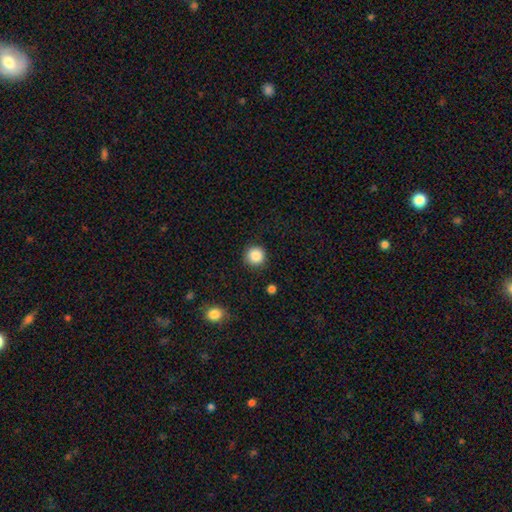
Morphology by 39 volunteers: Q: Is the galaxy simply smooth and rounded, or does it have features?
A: smooth — 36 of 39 (92%).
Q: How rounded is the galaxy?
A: round — 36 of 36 (100%).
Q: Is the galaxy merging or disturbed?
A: none — 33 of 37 (89%).